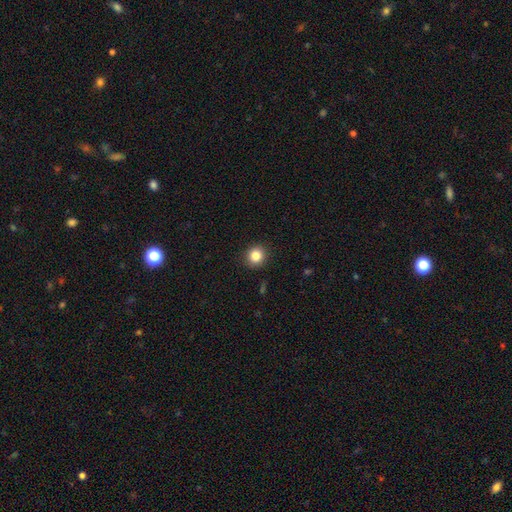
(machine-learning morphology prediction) The model was most divided on "smooth or featured": smooth: 85%, star or artifact: 11%, featured or disk: 5%. More confident: how rounded — round (91%); merging — none (91%).